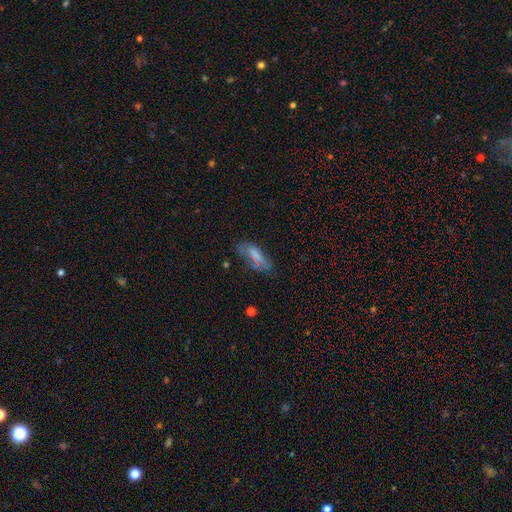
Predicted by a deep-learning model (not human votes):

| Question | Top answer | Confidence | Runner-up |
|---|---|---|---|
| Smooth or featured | smooth | 66% | featured or disk (25%) |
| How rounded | in between | 67% | cigar-shaped (31%) |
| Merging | none | 47% | minor disturbance (30%) |